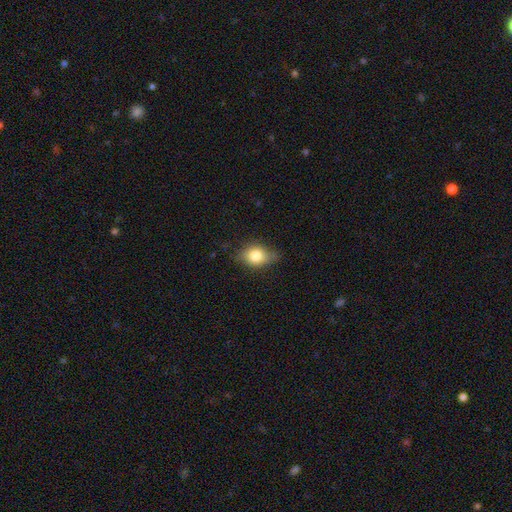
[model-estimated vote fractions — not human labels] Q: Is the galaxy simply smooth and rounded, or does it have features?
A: smooth — 78%.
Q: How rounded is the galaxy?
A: in between — 65%.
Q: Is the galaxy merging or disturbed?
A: none — 64%.